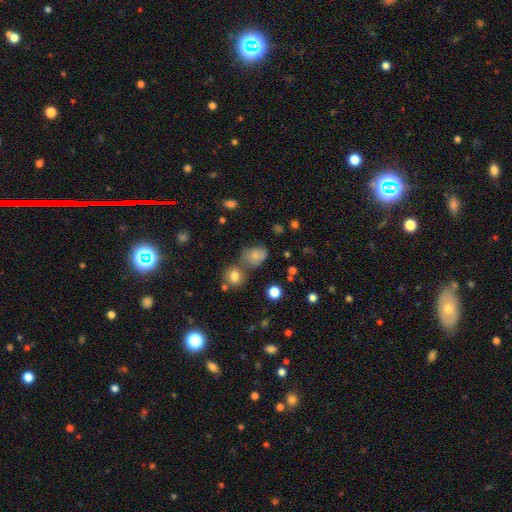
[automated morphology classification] This is likely a smooth galaxy (67%). How rounded: possibly in between (55%). Merging: possibly none (46%).